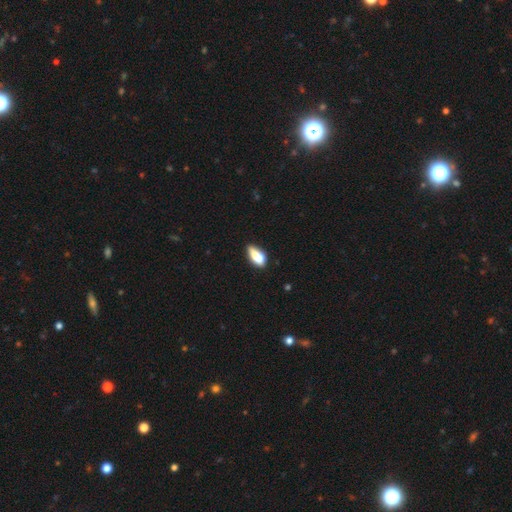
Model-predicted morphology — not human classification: Q: Smooth or featured?
A: smooth (69%); runner-up: featured or disk (22%)
Q: How rounded?
A: in between (76%); runner-up: cigar-shaped (18%)
Q: Merging?
A: none (43%); runner-up: minor disturbance (23%)